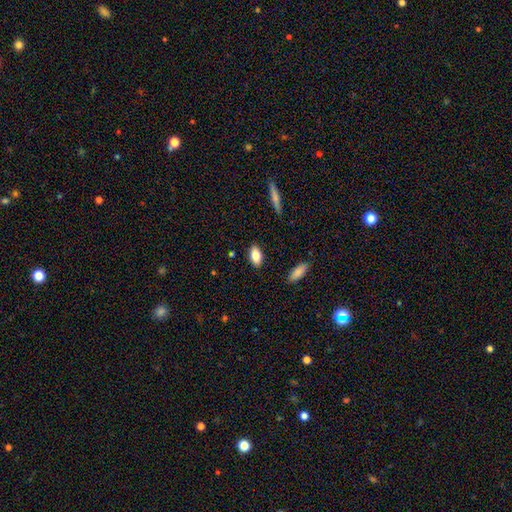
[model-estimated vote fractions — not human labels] Q: Smooth or featured?
A: smooth (83%); runner-up: featured or disk (10%)
Q: How rounded?
A: in between (90%); runner-up: cigar-shaped (7%)
Q: Merging?
A: none (87%); runner-up: minor disturbance (9%)